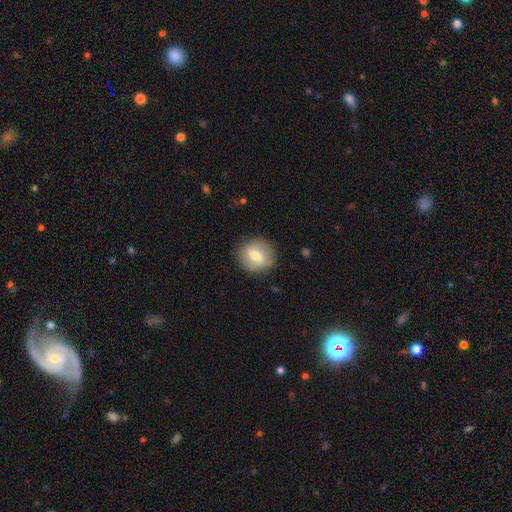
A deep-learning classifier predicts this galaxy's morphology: smooth 66%, featured or disk 27%, star or artifact 7%. Down the decision tree: how rounded — round (84%); merging — none (84%).